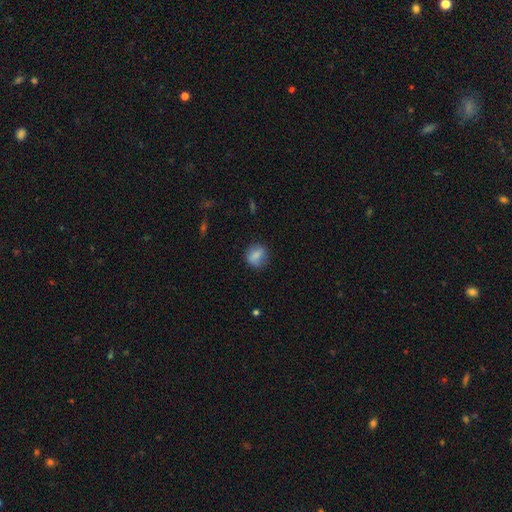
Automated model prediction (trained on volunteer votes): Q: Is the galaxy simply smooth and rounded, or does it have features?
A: smooth — 81%.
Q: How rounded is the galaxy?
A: round — 71%.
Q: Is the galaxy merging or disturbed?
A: none — 76%.